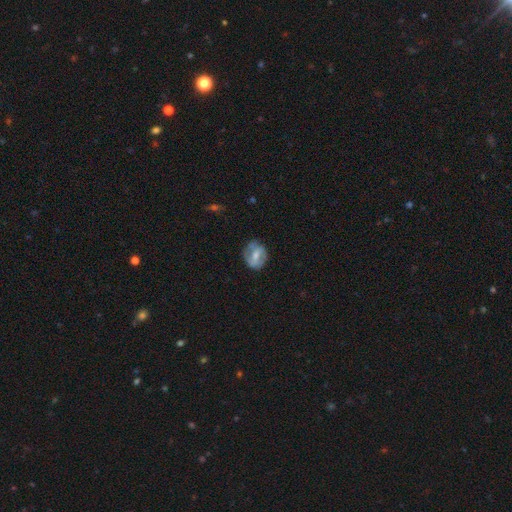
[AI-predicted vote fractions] smooth-or-featured: featured or disk: 54% | smooth: 39% | star or artifact: 7%
  disk-edge-on: no: 95% | yes: 5%
    bar: weak: 41% | strong: 36% | no: 23%
    has-spiral-arms: yes: 55% | no: 45%
    bulge-size: moderate: 55% | small: 37% | large: 3% | none: 3% | dominant: 1%
  merging: none: 65% | minor disturbance: 25% | major disturbance: 9% | merger: 2%